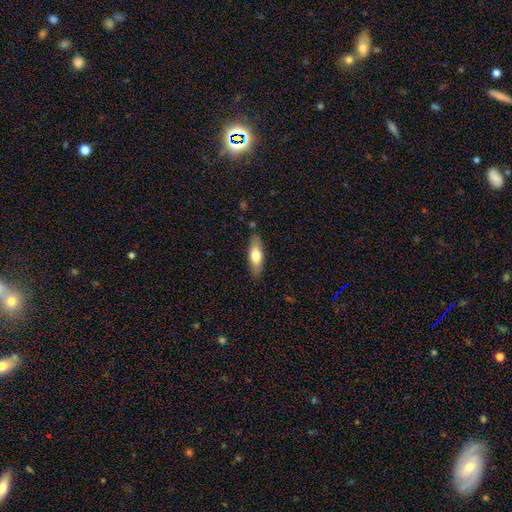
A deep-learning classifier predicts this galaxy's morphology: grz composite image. It shows a smooth galaxy with no disk features (67%) that is in between round and cigar-shaped (63%). Merging: none (83%).